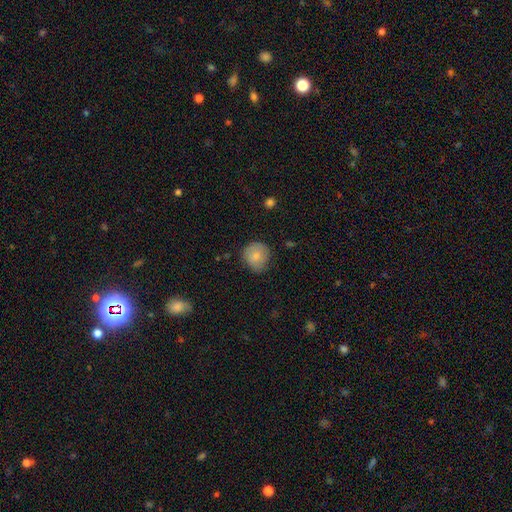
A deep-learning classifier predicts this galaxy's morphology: Q: Smooth or featured?
A: smooth (80%); runner-up: featured or disk (12%)
Q: How rounded?
A: round (85%); runner-up: in between (14%)
Q: Merging?
A: none (69%); runner-up: minor disturbance (25%)